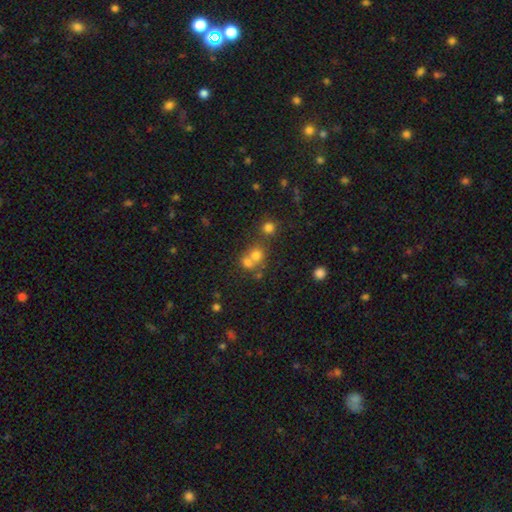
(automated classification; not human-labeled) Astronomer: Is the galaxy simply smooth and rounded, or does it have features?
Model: smooth — 68%.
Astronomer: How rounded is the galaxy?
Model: round — 78%.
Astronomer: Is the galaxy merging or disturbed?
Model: merger — 52% (runner-up: none, 38%).